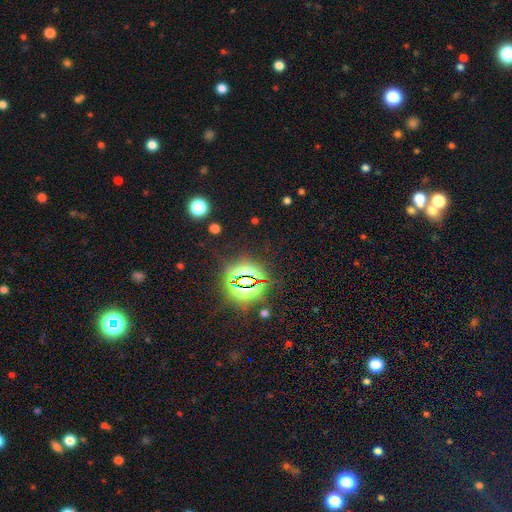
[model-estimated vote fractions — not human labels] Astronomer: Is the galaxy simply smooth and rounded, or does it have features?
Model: star or artifact — 83%.